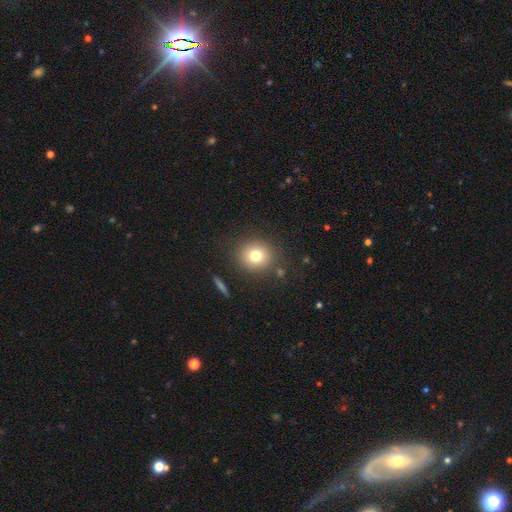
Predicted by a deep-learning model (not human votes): Overall: smooth (76%). How rounded: round (87%). Merging: none (86%).